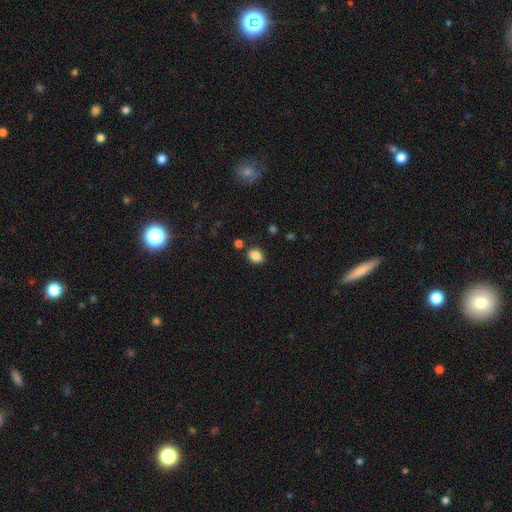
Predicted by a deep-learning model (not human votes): Q: Smooth or featured?
A: smooth (85%); runner-up: star or artifact (10%)
Q: How rounded?
A: round (55%); runner-up: in between (44%)
Q: Merging?
A: none (81%); runner-up: minor disturbance (11%)